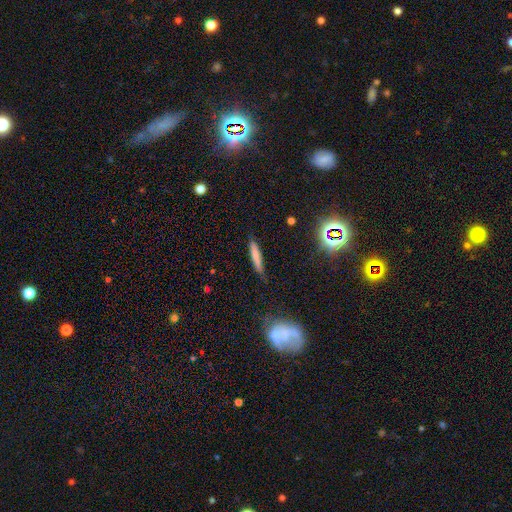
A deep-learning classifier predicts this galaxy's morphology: A smooth galaxy with no disk features (71%) that is cigar-shaped (90%).

Vote fractions:
- Smooth or featured? smooth: 71% / featured or disk: 19% / star or artifact: 10%
- How rounded? cigar-shaped: 90% / in between: 8% / round: 2%
- Merging? none: 80% / minor disturbance: 15% / major disturbance: 3% / merger: 2%